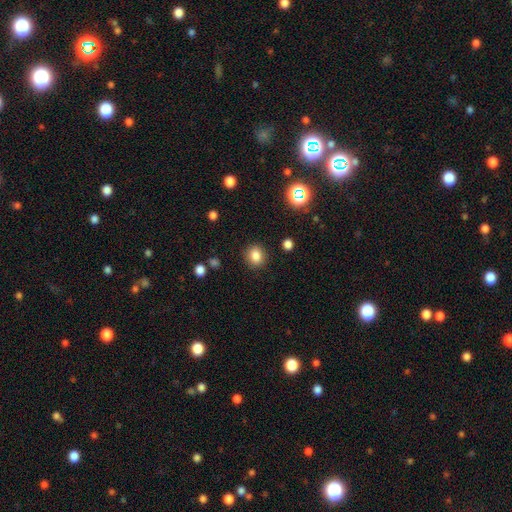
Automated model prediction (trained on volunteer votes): Smooth or featured? smooth (84%)
How rounded? round (67%)
Merging? none (88%)